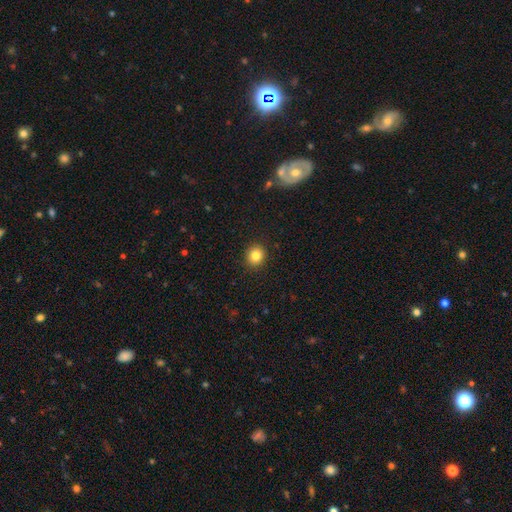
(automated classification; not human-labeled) smooth_or_featured: smooth (p=0.83) [alt: star or artifact p=0.11]
how_rounded: round (p=0.84) [alt: in between p=0.15]
merging: none (p=0.91) [alt: minor disturbance p=0.06]